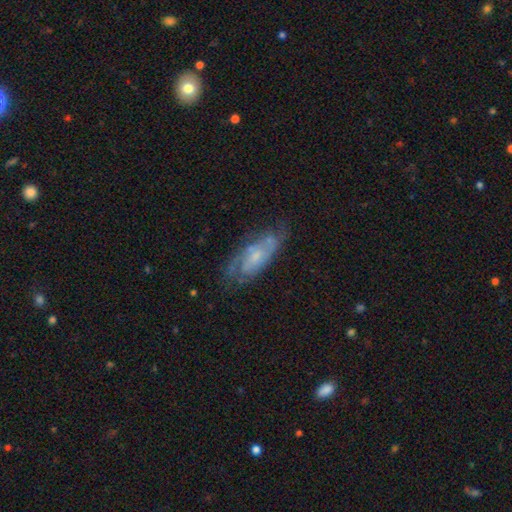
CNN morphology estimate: Q: Smooth or featured?
A: featured or disk (71%); runner-up: smooth (21%)
Q: Edge-on disk?
A: no (89%); runner-up: yes (11%)
Q: Bar?
A: no (65%); runner-up: weak (30%)
Q: Spiral arms?
A: yes (85%); runner-up: no (15%)
Q: Spiral winding?
A: tight (43%); runner-up: medium (42%)
Q: Spiral arm count?
A: 2 (49%); runner-up: can't tell (34%)
Q: Bulge size?
A: small (62%); runner-up: moderate (24%)
Q: Merging?
A: none (66%); runner-up: minor disturbance (22%)